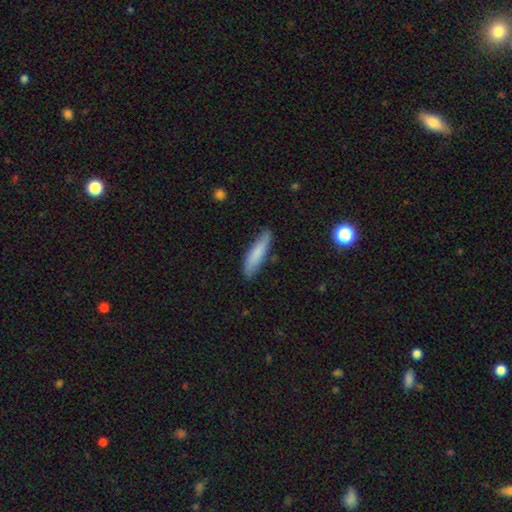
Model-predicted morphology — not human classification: Overall: smooth (79%). How rounded: cigar-shaped (75%). Merging: none (78%).